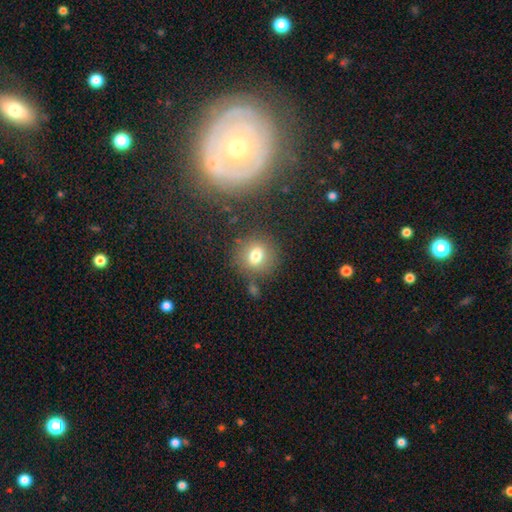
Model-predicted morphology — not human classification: Smooth or featured? smooth (76%)
How rounded? round (79%)
Merging? none (79%)